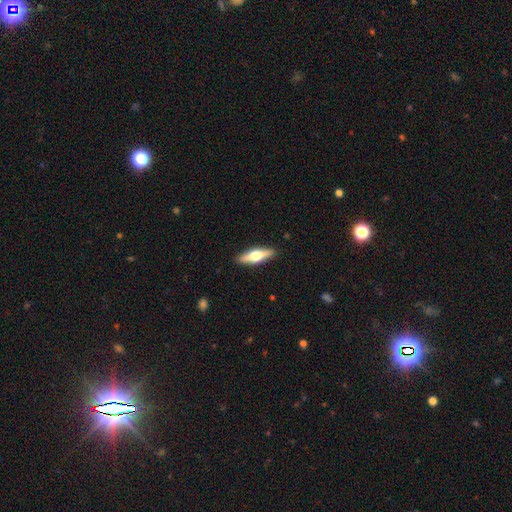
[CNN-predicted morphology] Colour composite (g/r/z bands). It shows a featured or disk galaxy (52%) viewed edge-on (93%). Merging: none (90%).